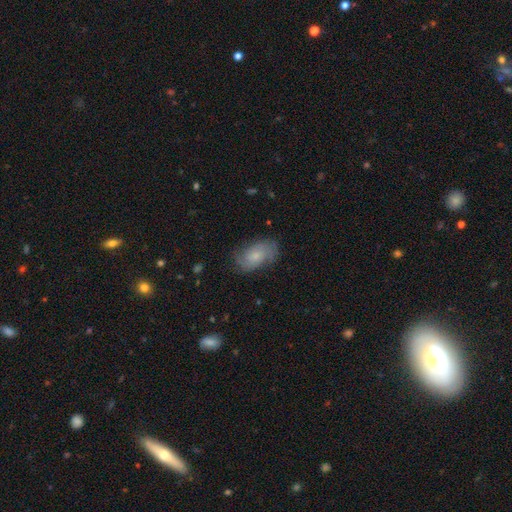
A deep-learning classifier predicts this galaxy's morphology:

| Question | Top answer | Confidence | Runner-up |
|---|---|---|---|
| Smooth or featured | featured or disk | 62% | smooth (31%) |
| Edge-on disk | no | 96% | yes (4%) |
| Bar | no | 73% | weak (24%) |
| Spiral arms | yes | 91% | no (9%) |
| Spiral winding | tight | 44% | medium (39%) |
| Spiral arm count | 2 | 44% | can't tell (31%) |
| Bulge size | small | 55% | moderate (31%) |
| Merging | none | 72% | minor disturbance (19%) |